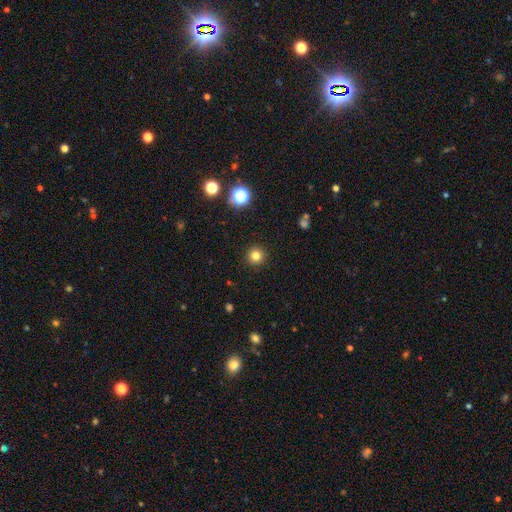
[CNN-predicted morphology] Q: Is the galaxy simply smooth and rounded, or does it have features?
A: smooth — 80%.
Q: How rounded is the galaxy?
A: round — 96%.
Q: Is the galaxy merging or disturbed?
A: none — 92%.